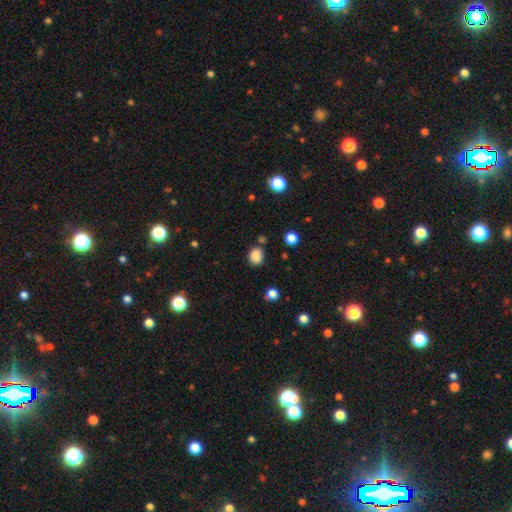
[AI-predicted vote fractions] Morphology: type=smooth (85%); roundness=round (51%); merging=none (76%).